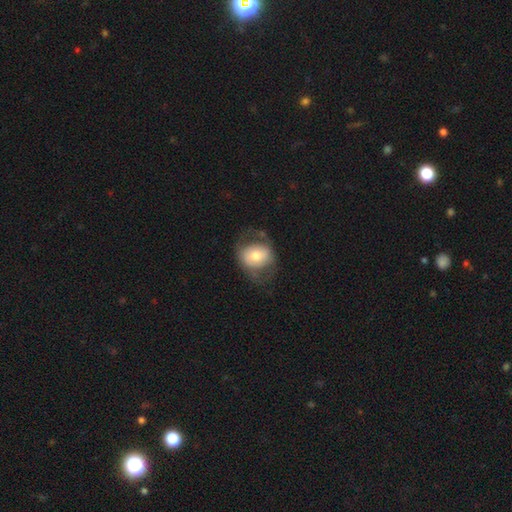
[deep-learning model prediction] Smooth or featured: smooth — 57% (featured or disk — 36%)
How rounded: round — 58% (in between — 41%)
Merging: none — 58% (minor disturbance — 21%)